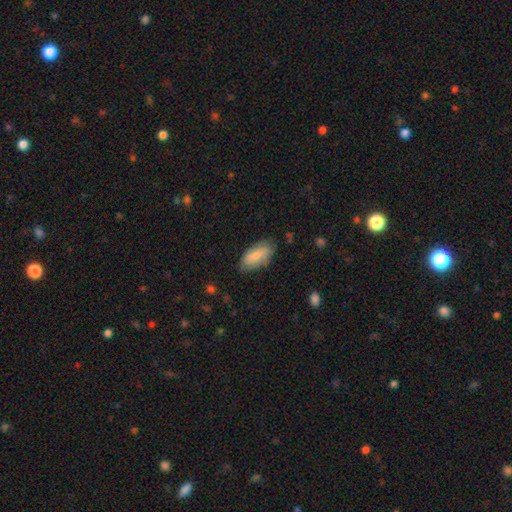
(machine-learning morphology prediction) This appears to be a smooth galaxy with no disk features (80%) that is in between round and cigar-shaped (91%). Merging: none (74%).